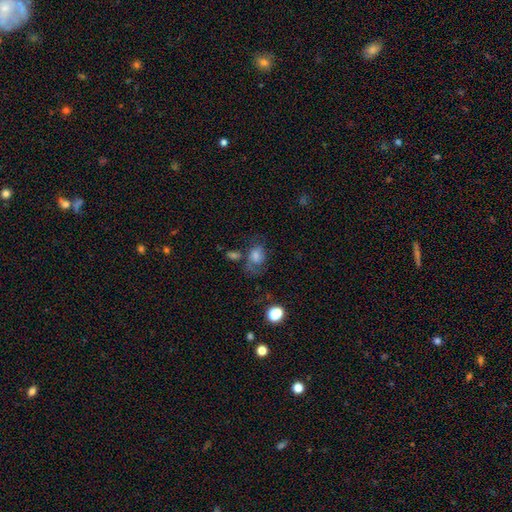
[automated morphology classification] smooth 50%, featured or disk 32%, star or artifact 18%. Down the decision tree: merging — none (42%).